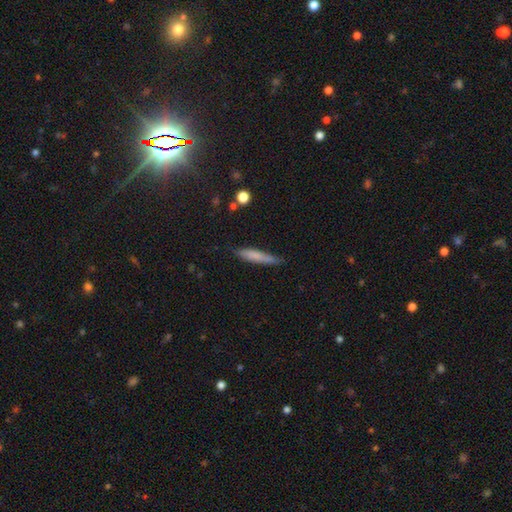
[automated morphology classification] A smooth galaxy with no disk features (71%) that is cigar-shaped (90%). Merging: none (75%).